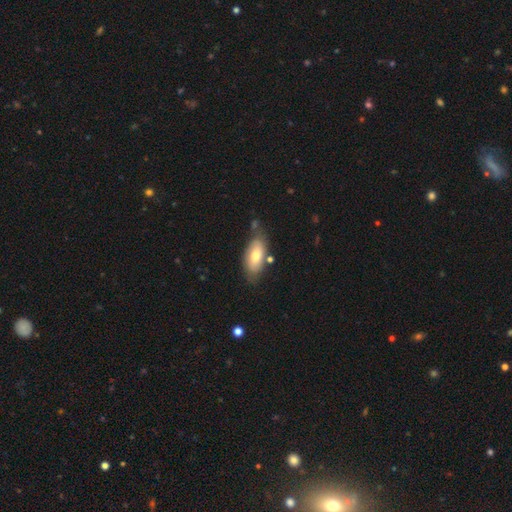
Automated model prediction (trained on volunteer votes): smooth-or-featured: smooth: 68% | featured or disk: 26% | star or artifact: 6%
  how-rounded: in between: 90% | cigar-shaped: 8% | round: 3%
  merging: none: 67% | minor disturbance: 21% | merger: 6% | major disturbance: 5%